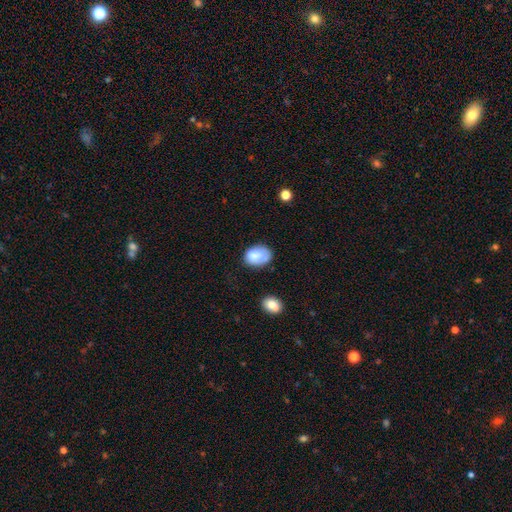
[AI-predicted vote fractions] A smooth galaxy with no disk features (75%) that is in between round and cigar-shaped (73%). Merging: none (55%).